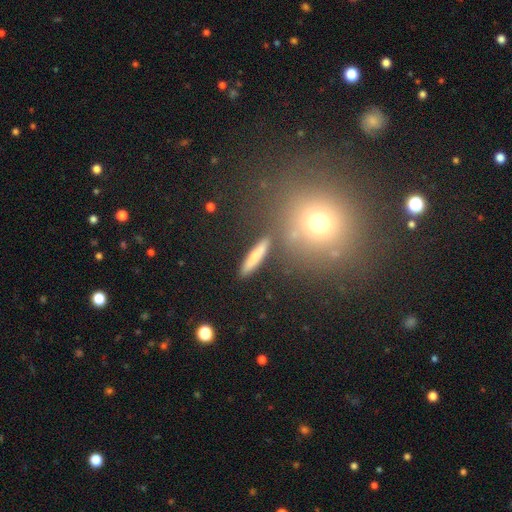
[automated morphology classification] smooth_or_featured: smooth (p=0.73) [alt: featured or disk p=0.19]
how_rounded: cigar-shaped (p=0.85) [alt: in between p=0.11]
merging: none (p=0.84) [alt: minor disturbance p=0.08]